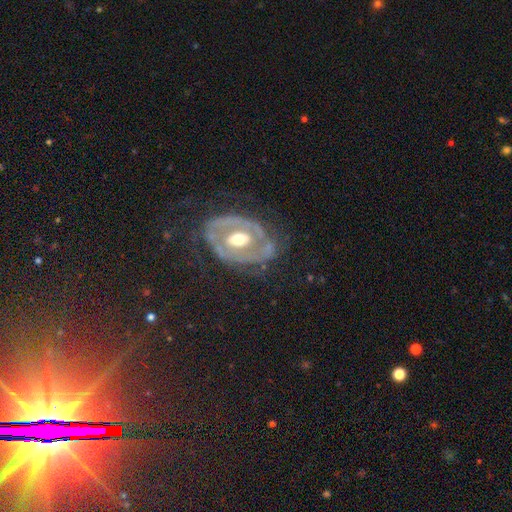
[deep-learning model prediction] A featured or disk galaxy (75%) with no bar (53%), spiral arms (52%) and a moderate central bulge (73%).

Vote fractions:
- Smooth or featured? featured or disk: 75% / smooth: 14% / star or artifact: 11%
- Edge-on disk? no: 93% / yes: 7%
- Bar? no: 53% / weak: 28% / strong: 19%
- Spiral arms? yes: 52% / no: 48%
- Bulge size? moderate: 73% / large: 14% / small: 10% / dominant: 2% / none: 1%
- Merging? none: 75% / minor disturbance: 15% / major disturbance: 8% / merger: 2%